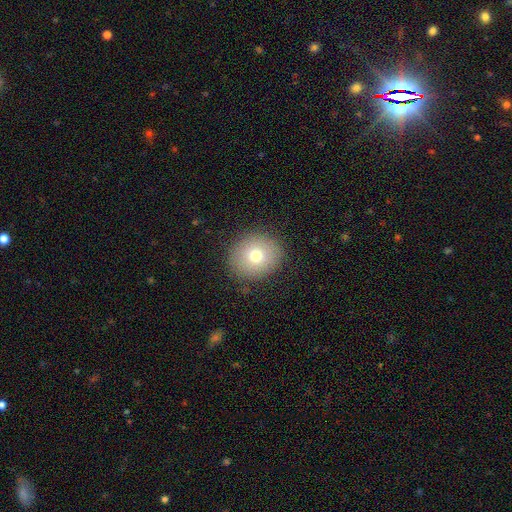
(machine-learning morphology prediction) A smooth galaxy with no disk features (75%) that is round (84%).

Vote fractions:
- Smooth or featured? smooth: 75% / featured or disk: 13% / star or artifact: 12%
- How rounded? round: 84% / in between: 15% / cigar-shaped: 1%
- Merging? none: 88% / minor disturbance: 8% / major disturbance: 3% / merger: 1%